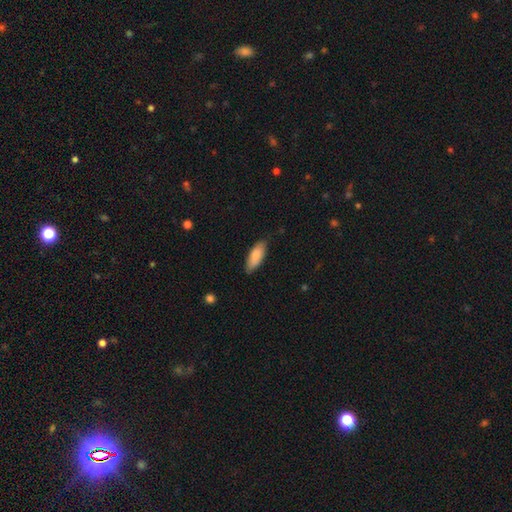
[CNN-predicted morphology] This is clearly a smooth galaxy (83%). How rounded: likely in between (76%). Merging: likely none (79%).